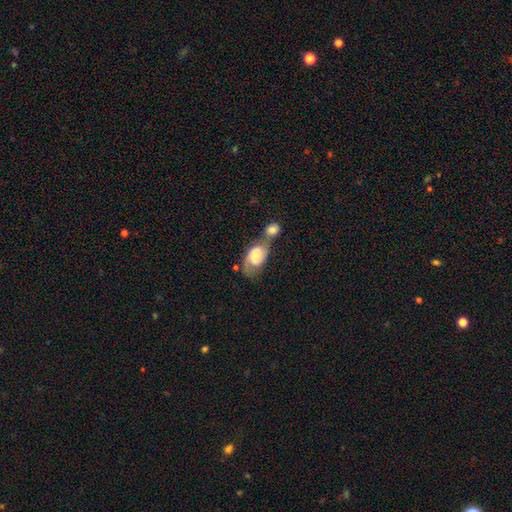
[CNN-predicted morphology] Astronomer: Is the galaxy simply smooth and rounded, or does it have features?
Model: featured or disk — 50% (runner-up: smooth, 42%).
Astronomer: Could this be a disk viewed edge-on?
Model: no — 96%.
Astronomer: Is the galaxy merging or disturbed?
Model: merger — 58%.